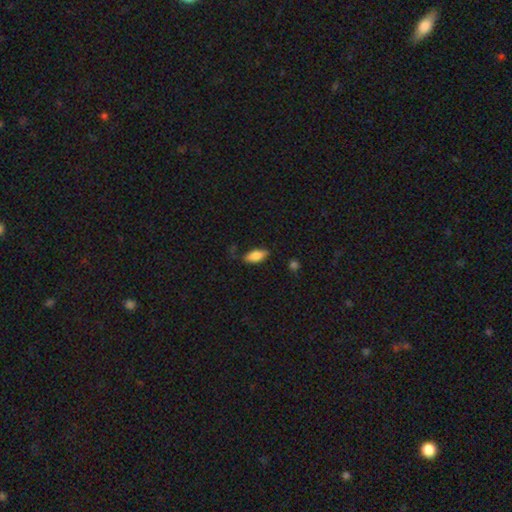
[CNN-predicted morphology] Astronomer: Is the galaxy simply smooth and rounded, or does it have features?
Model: smooth — 80%.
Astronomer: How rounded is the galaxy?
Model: in between — 84%.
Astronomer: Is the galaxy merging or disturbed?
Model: none — 71%.